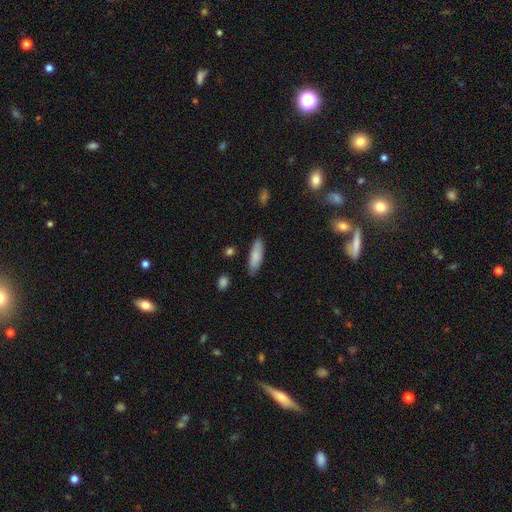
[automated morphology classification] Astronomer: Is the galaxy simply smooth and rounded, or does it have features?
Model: smooth — 83%.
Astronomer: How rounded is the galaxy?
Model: in between — 51% (runner-up: cigar-shaped, 47%).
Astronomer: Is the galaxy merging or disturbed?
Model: none — 84%.